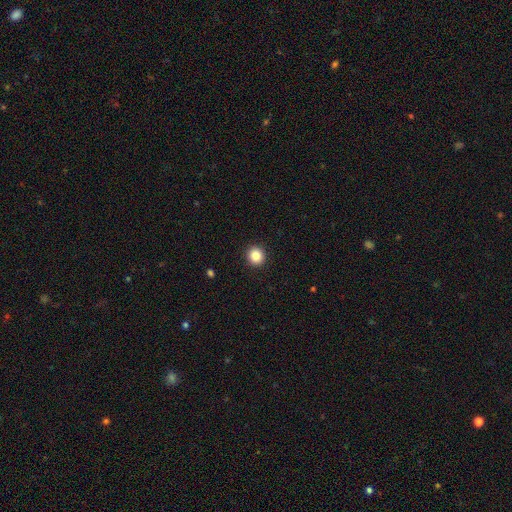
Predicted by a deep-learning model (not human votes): This appears to be a smooth galaxy with no disk features (86%) that is round (90%). Merging: none (93%).